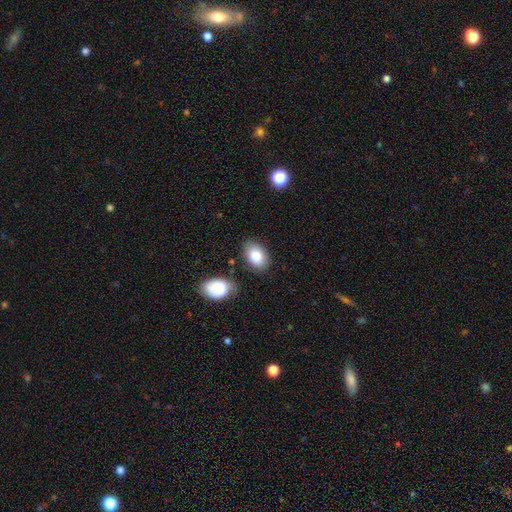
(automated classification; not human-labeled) smooth 83%, featured or disk 10%, star or artifact 7%. Down the decision tree: how rounded — in between (87%); merging — none (76%).